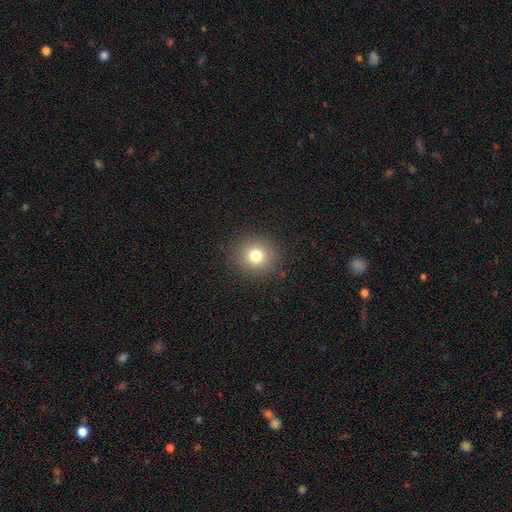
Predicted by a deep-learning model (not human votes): smooth 78%, star or artifact 13%, featured or disk 8%. Down the decision tree: how rounded — round (89%); merging — none (90%).